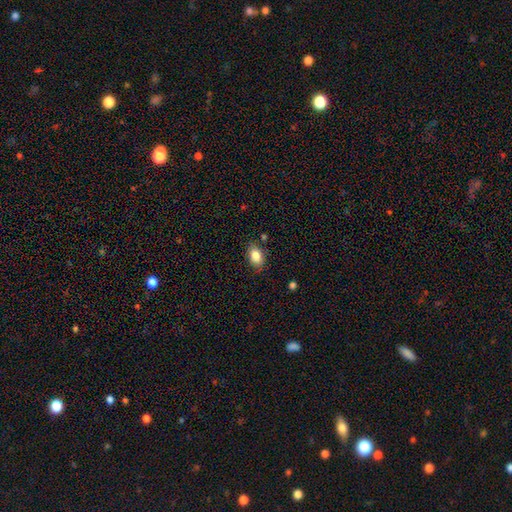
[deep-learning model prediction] A smooth galaxy with no disk features (84%) that is in between round and cigar-shaped (85%).

Vote fractions:
- Smooth or featured? smooth: 84% / star or artifact: 8% / featured or disk: 8%
- How rounded? in between: 85% / round: 14% / cigar-shaped: 2%
- Merging? none: 81% / minor disturbance: 14% / major disturbance: 3% / merger: 2%